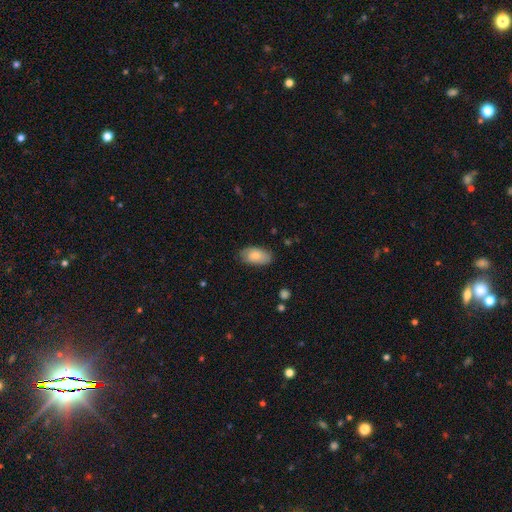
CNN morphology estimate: Smooth or featured? smooth (79%)
How rounded? in between (94%)
Merging? none (79%)